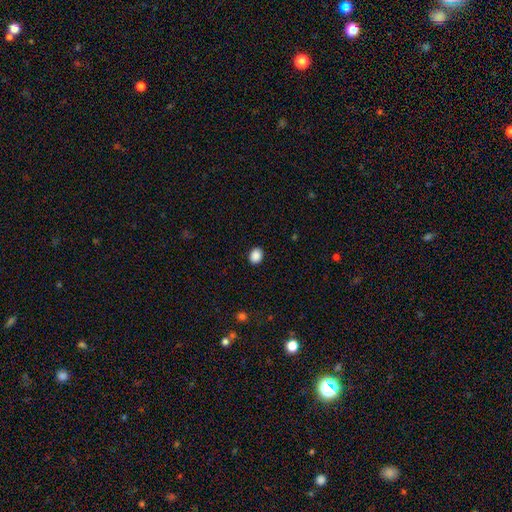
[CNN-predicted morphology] Overall: smooth (89%). How rounded: round (51%; in between 48%). Merging: none (91%).